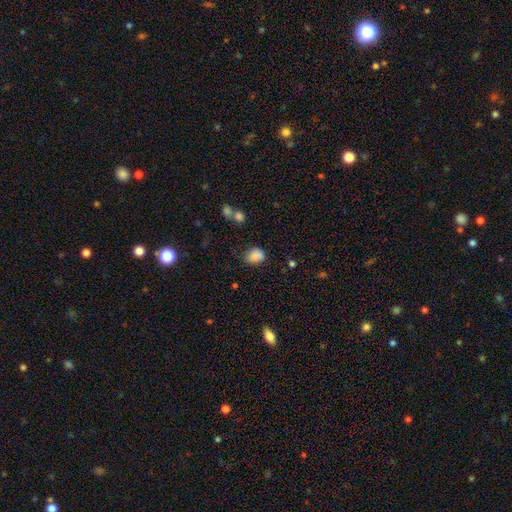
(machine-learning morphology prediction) smooth 85%, star or artifact 10%, featured or disk 5%. Down the decision tree: how rounded — in between (56%); merging — none (66%).